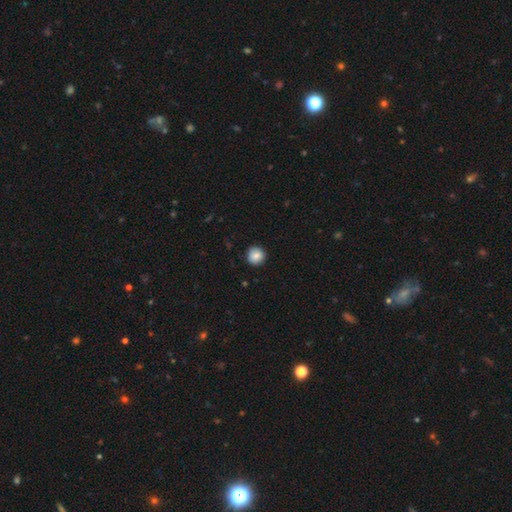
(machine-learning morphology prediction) Smooth or featured: smooth — 85% (star or artifact — 8%)
How rounded: round — 94% (in between — 5%)
Merging: none — 90% (minor disturbance — 7%)